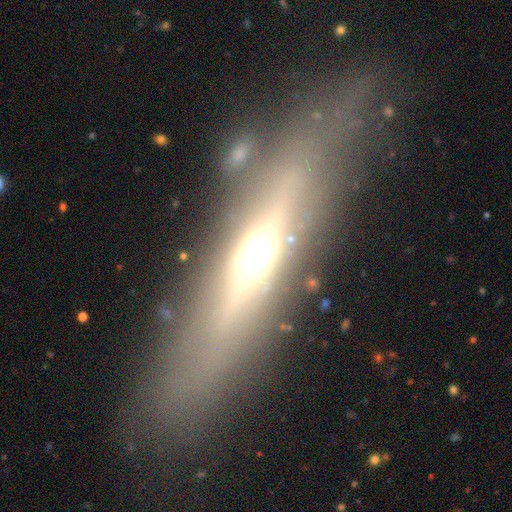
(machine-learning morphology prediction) smooth_or_featured: featured or disk (p=0.63) [alt: smooth p=0.27]
disk_edge_on: yes (p=0.84) [alt: no p=0.16]
edge_on_bulge: rounded (p=0.89) [alt: boxy p=0.06]
merging: none (p=0.75) [alt: minor disturbance p=0.13]